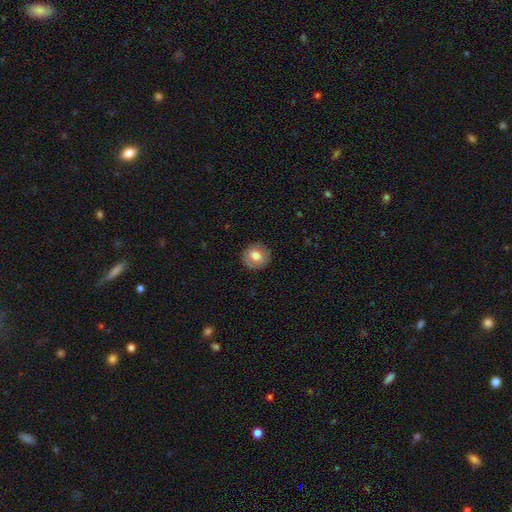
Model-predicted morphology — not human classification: Smooth or featured? smooth (76%)
How rounded? round (88%)
Merging? none (88%)